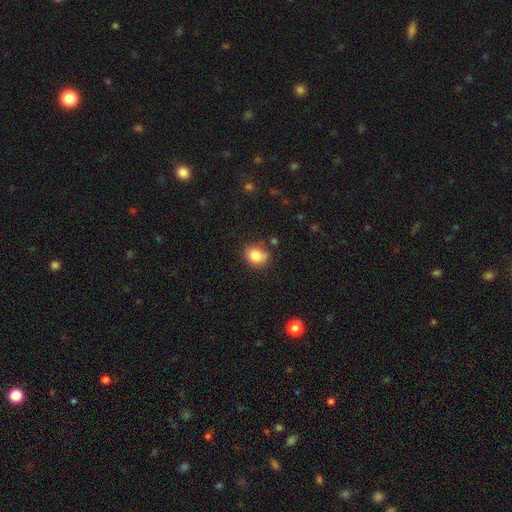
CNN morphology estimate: type=smooth (83%); roundness=round (53%); merging=none (70%).